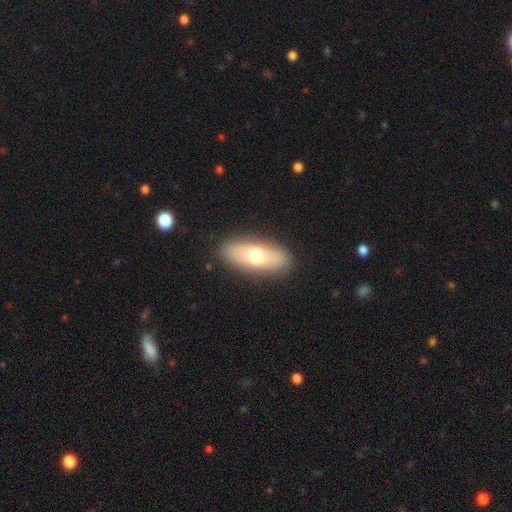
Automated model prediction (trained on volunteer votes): Smooth or featured?
  - smooth: 62% *
  - featured or disk: 31%
  - star or artifact: 7%
How rounded?
  - in between: 78% *
  - cigar-shaped: 17%
  - round: 4%
Merging?
  - none: 87% *
  - minor disturbance: 9%
  - major disturbance: 3%
  - merger: 1%